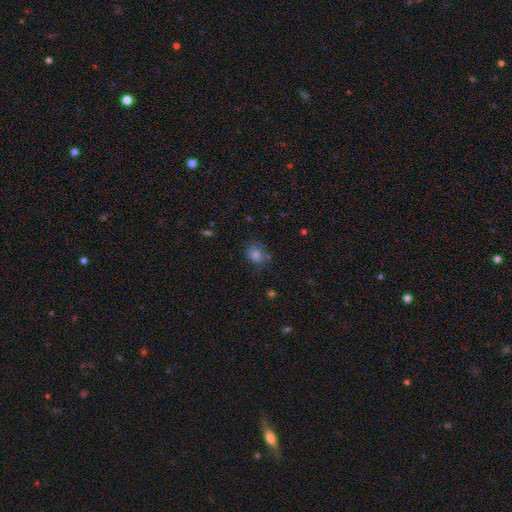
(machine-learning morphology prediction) Smooth or featured?
  - smooth: 72% *
  - star or artifact: 17%
  - featured or disk: 11%
How rounded?
  - round: 67% *
  - in between: 32%
  - cigar-shaped: 1%
Merging?
  - none: 70% *
  - minor disturbance: 20%
  - major disturbance: 7%
  - merger: 4%